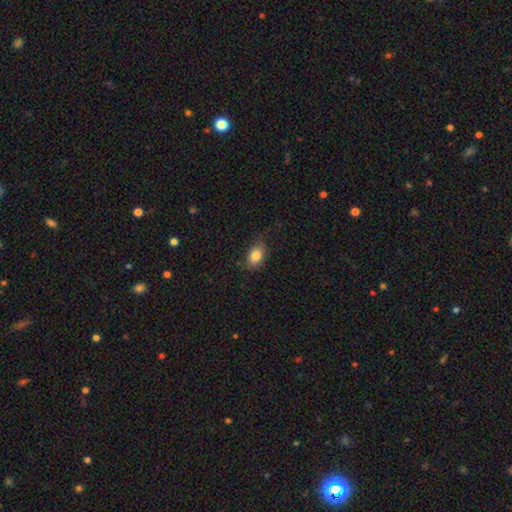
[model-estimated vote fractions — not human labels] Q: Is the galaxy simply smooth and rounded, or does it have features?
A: smooth — 83%.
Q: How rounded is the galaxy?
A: in between — 81%.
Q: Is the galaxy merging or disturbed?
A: none — 76%.